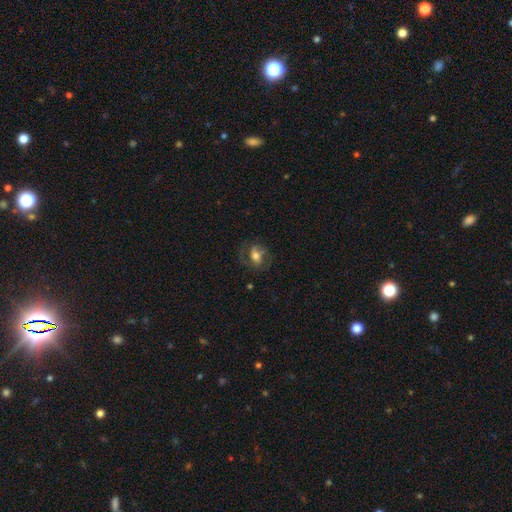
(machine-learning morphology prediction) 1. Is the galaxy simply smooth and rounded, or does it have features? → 47% featured or disk, 44% smooth, 9% star or artifact.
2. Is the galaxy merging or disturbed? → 62% none, 20% minor disturbance, 17% major disturbance, 2% merger.